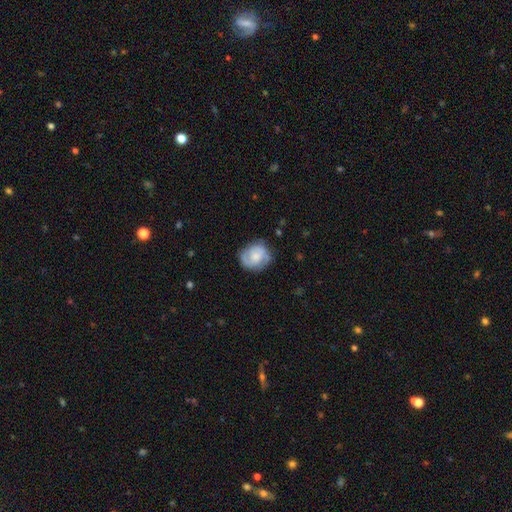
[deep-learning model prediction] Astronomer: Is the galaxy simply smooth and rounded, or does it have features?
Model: featured or disk — 58% (runner-up: smooth, 36%).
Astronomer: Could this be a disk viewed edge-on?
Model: no — 98%.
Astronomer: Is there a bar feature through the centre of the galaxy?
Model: no — 69%.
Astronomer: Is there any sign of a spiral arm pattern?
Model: yes — 84%.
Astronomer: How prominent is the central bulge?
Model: moderate — 40% (runner-up: small, 38%).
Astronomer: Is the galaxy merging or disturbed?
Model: none — 70%.